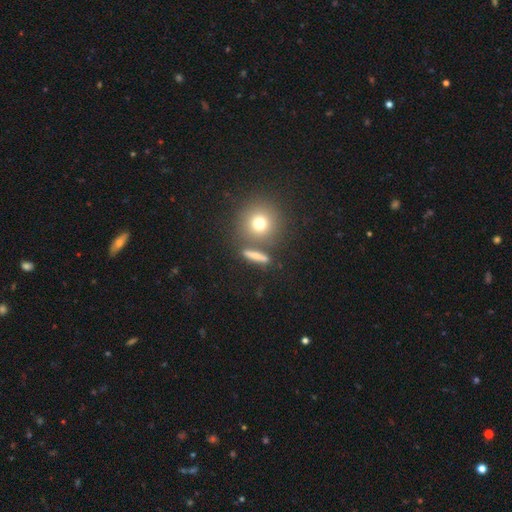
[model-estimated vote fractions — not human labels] A smooth galaxy with no disk features (68%) that is cigar-shaped (50%). Merging: none (76%).